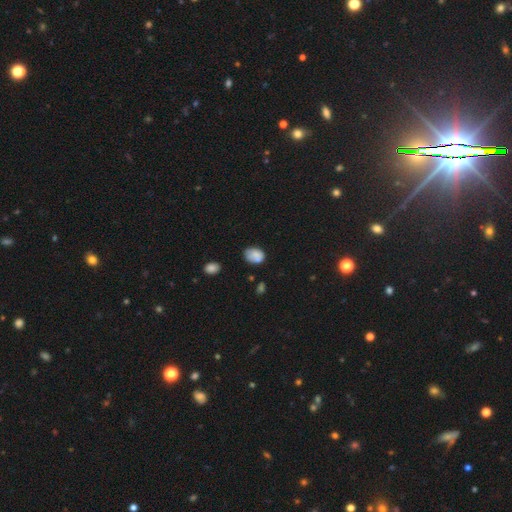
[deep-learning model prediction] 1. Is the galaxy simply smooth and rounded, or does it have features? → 79% smooth, 11% featured or disk, 10% star or artifact.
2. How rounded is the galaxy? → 68% in between, 30% round, 1% cigar-shaped.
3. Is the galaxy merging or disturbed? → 56% none, 31% minor disturbance, 8% major disturbance, 5% merger.